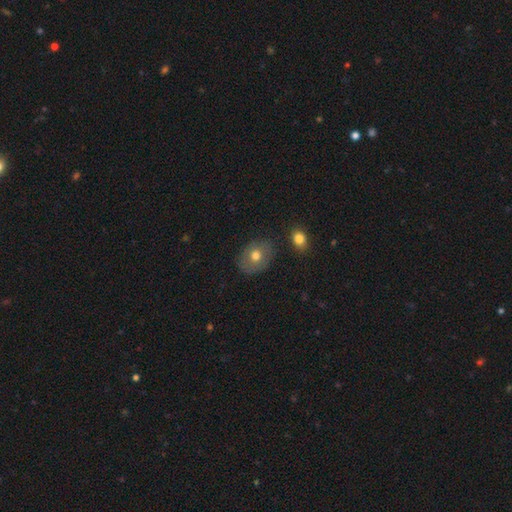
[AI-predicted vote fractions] Morphology: type=smooth (71%); roundness=in between (56%); merging=none (79%).